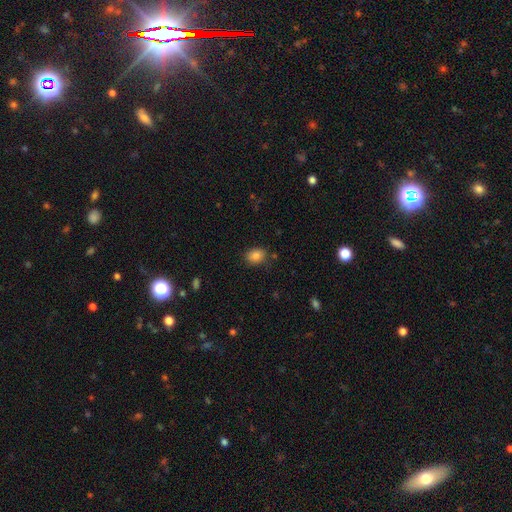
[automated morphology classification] Smooth or featured: smooth — 85% (star or artifact — 10%)
How rounded: in between — 63% (round — 36%)
Merging: none — 81% (minor disturbance — 13%)